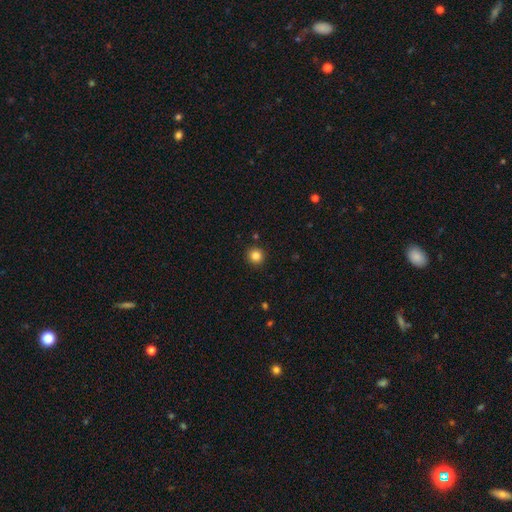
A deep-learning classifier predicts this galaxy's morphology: Overall: smooth (84%). How rounded: round (94%). Merging: none (92%).